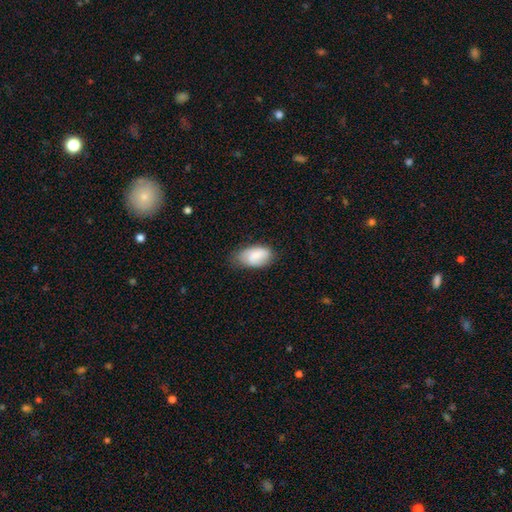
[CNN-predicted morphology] A smooth galaxy with no disk features (80%) that is in between round and cigar-shaped (93%).

Vote fractions:
- Smooth or featured? smooth: 80% / featured or disk: 14% / star or artifact: 6%
- How rounded? in between: 93% / round: 5% / cigar-shaped: 2%
- Merging? none: 60% / minor disturbance: 32% / major disturbance: 7% / merger: 1%